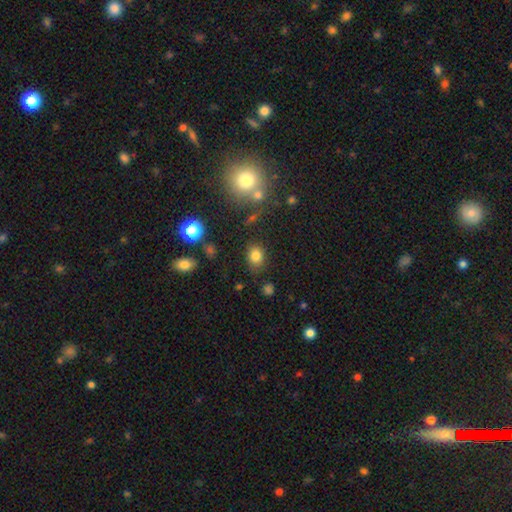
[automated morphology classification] Smooth or featured? smooth (80%)
How rounded? in between (54%)
Merging? none (80%)